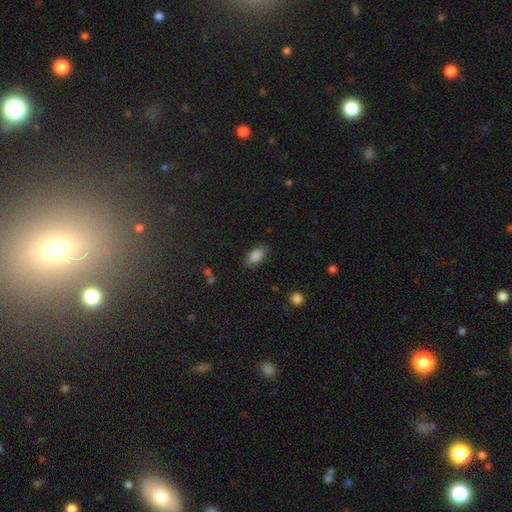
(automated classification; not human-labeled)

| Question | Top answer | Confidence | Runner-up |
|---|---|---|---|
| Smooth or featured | smooth | 85% | star or artifact (8%) |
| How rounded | in between | 91% | cigar-shaped (5%) |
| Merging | none | 84% | minor disturbance (12%) |